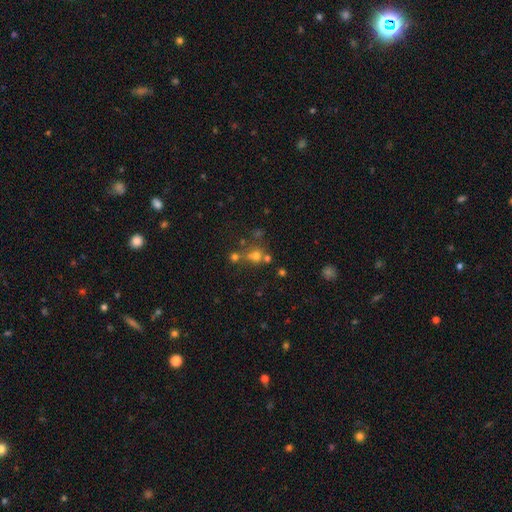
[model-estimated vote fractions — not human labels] smooth-or-featured: smooth: 59% | star or artifact: 26% | featured or disk: 15%
  how-rounded: round: 85% | in between: 14% | cigar-shaped: 1%
  merging: none: 51% | merger: 34% | minor disturbance: 9% | major disturbance: 6%